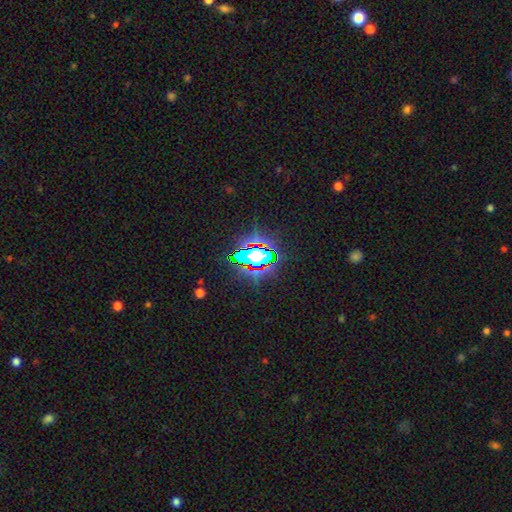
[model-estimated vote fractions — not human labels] This is likely a star or artifact rather than a galaxy (63%).